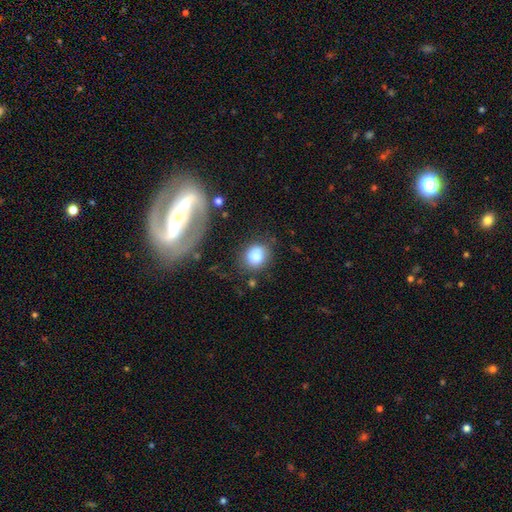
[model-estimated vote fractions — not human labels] This is clearly a smooth galaxy (83%). How rounded: likely round (70%). Merging: likely none (70%).